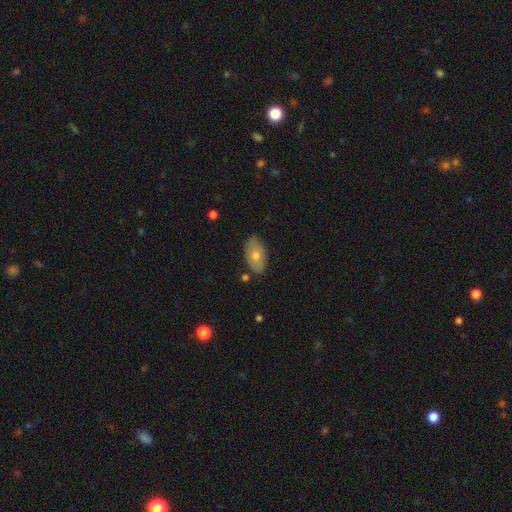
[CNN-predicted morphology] The model was most divided on "smooth or featured": smooth: 65%, featured or disk: 28%, star or artifact: 7%. More confident: how rounded — in between (93%); merging — none (82%).